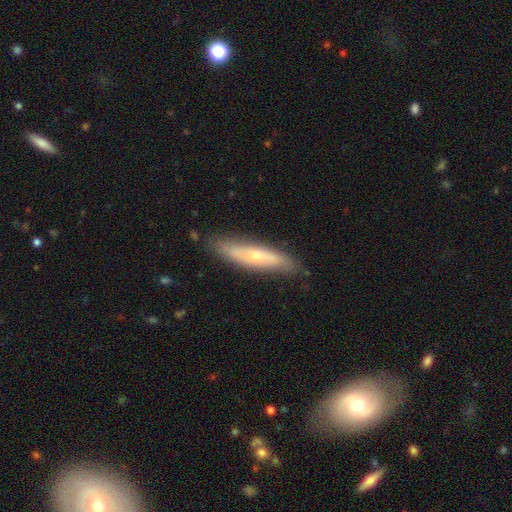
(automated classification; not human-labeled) smooth-or-featured: smooth: 49% | featured or disk: 44% | star or artifact: 6%
  merging: none: 81% | minor disturbance: 14% | major disturbance: 3% | merger: 2%